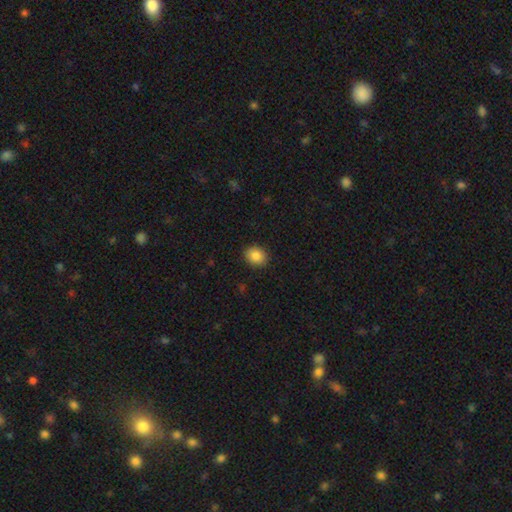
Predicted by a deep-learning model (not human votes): Smooth or featured? Predicted: smooth (p=0.87). How rounded? Predicted: round (p=0.50). Merging? Predicted: none (p=0.89).